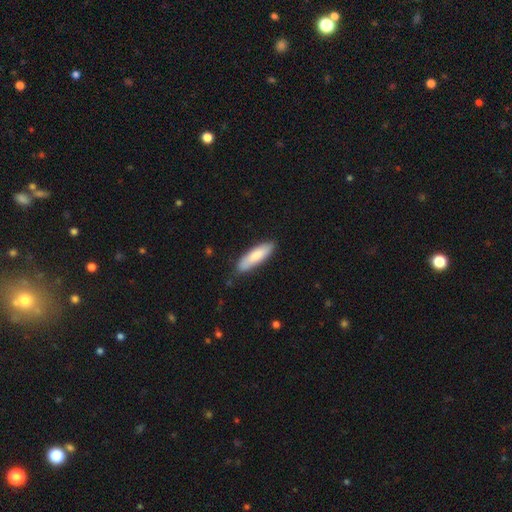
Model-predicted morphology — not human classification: Smooth or featured: smooth — 81% (featured or disk — 14%)
How rounded: cigar-shaped — 62% (in between — 37%)
Merging: none — 84% (minor disturbance — 13%)